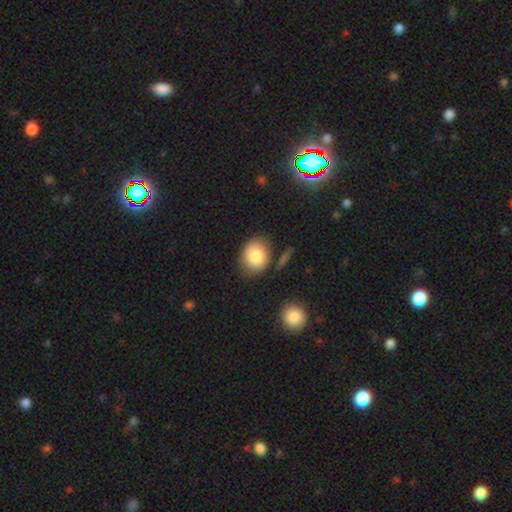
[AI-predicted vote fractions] Morphology: type=smooth (82%); roundness=round (58%); merging=none (73%).